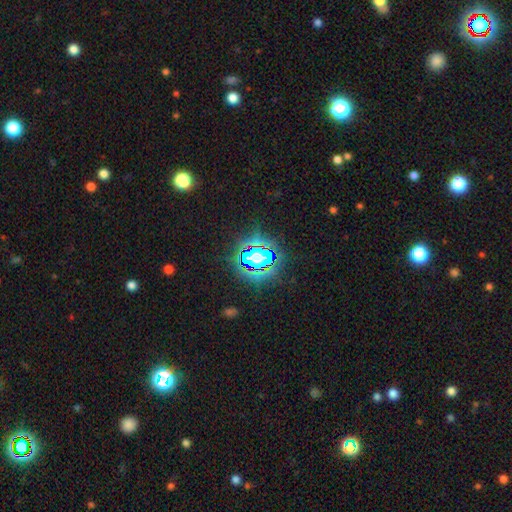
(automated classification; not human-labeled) Smooth or featured? star or artifact (79%)